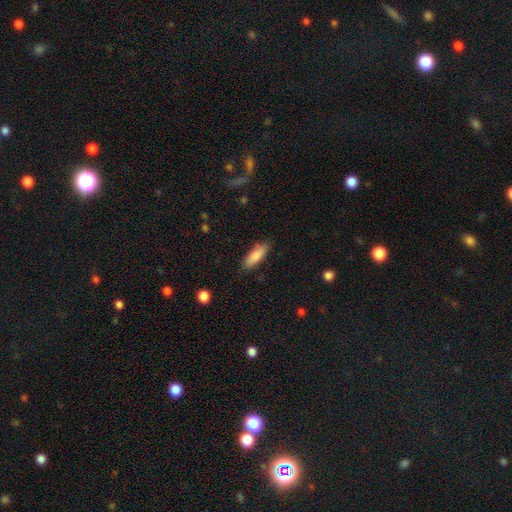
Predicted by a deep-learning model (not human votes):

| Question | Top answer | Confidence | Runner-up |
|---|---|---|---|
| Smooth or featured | smooth | 83% | featured or disk (11%) |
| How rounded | in between | 56% | cigar-shaped (42%) |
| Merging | none | 84% | minor disturbance (12%) |